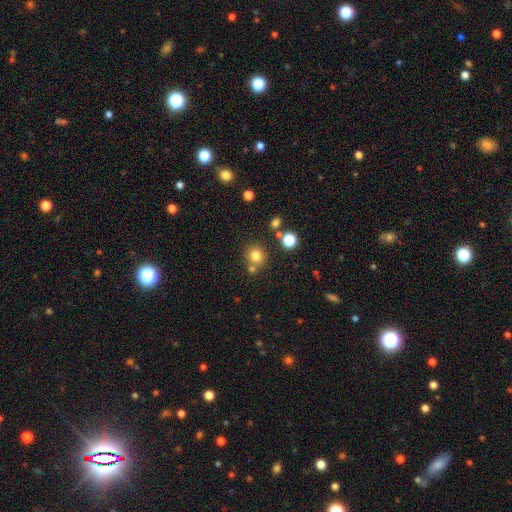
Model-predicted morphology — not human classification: A smooth galaxy with no disk features (78%) that is round (87%). Merging: none (69%).